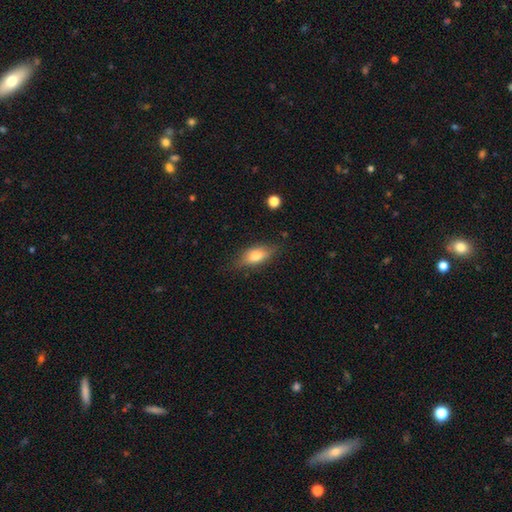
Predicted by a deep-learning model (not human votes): smooth-or-featured: smooth: 70% | featured or disk: 22% | star or artifact: 8%
  how-rounded: in between: 77% | cigar-shaped: 18% | round: 5%
  merging: none: 79% | minor disturbance: 16% | major disturbance: 4% | merger: 1%